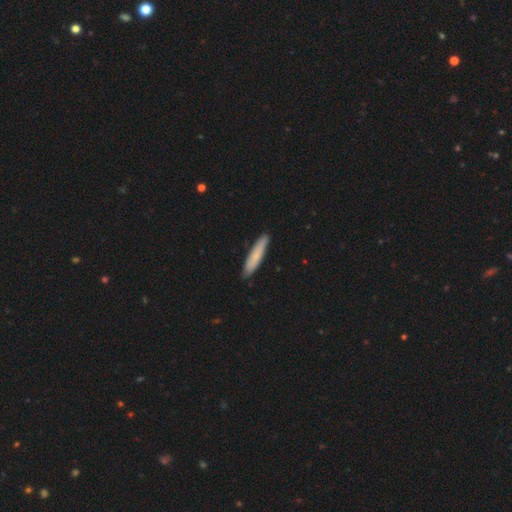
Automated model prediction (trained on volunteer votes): This is likely a smooth galaxy (75%). How rounded: clearly cigar-shaped (89%). Merging: clearly none (89%).